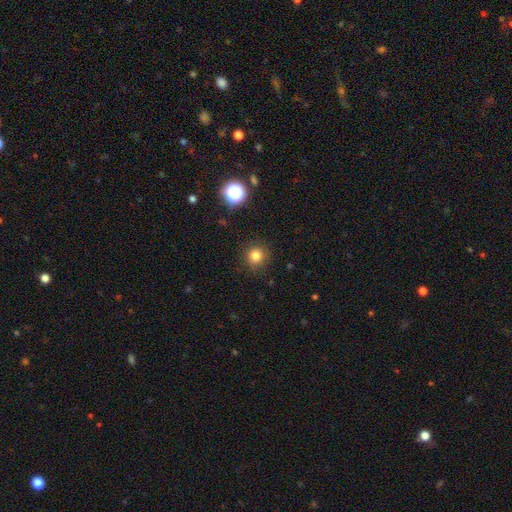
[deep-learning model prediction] Overall: smooth (81%). How rounded: round (91%). Merging: none (89%).